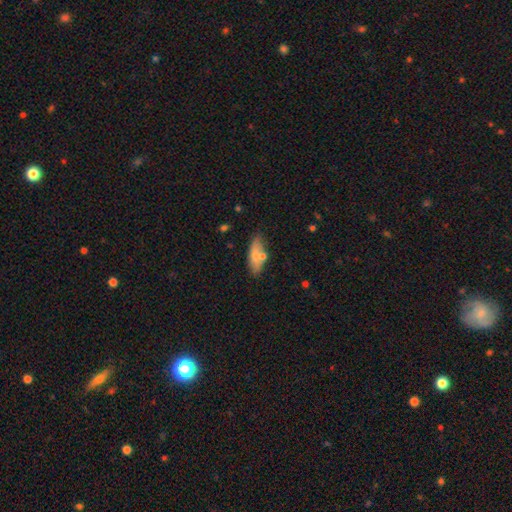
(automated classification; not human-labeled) This is likely a smooth galaxy (73%). How rounded: likely in between (60%). Merging: likely none (73%).